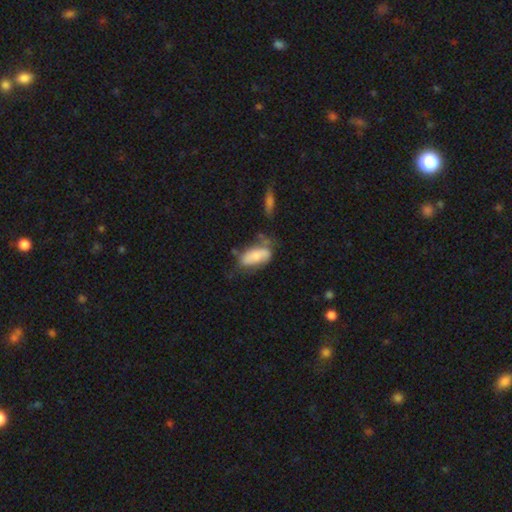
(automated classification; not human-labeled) Smooth or featured: smooth — 67% (featured or disk — 27%)
How rounded: in between — 87% (cigar-shaped — 10%)
Merging: none — 40% (minor disturbance — 29%)